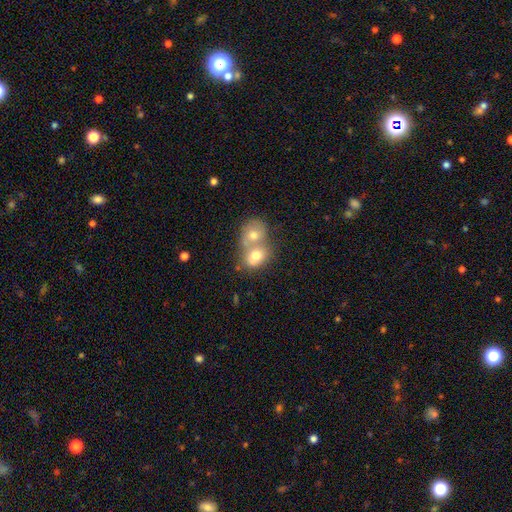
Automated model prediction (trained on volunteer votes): Smooth or featured: smooth — 71% (featured or disk — 20%)
How rounded: round — 53% (in between — 46%)
Merging: merger — 70% (none — 21%)